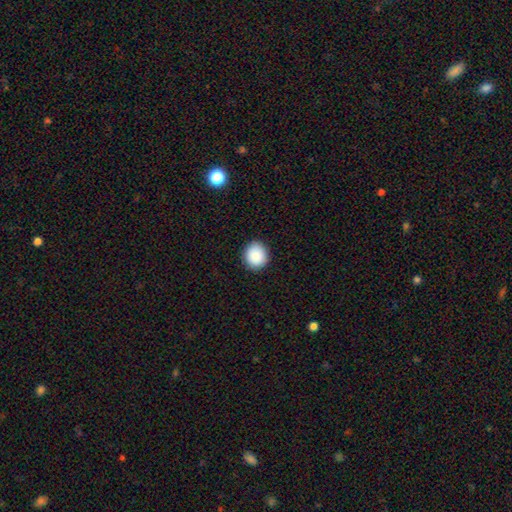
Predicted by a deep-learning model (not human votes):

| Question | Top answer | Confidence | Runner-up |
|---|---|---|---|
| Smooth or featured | smooth | 89% | star or artifact (8%) |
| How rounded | round | 78% | in between (21%) |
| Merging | none | 90% | minor disturbance (7%) |